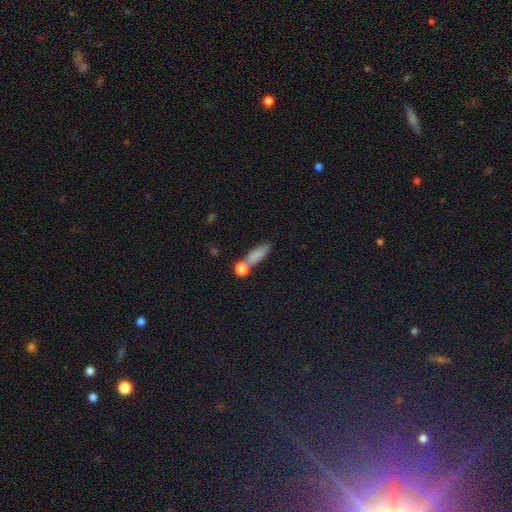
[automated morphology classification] smooth-or-featured: smooth: 79% | featured or disk: 11% | star or artifact: 10%
  how-rounded: cigar-shaped: 52% | in between: 40% | round: 7%
  merging: none: 58% | merger: 22% | minor disturbance: 14% | major disturbance: 6%